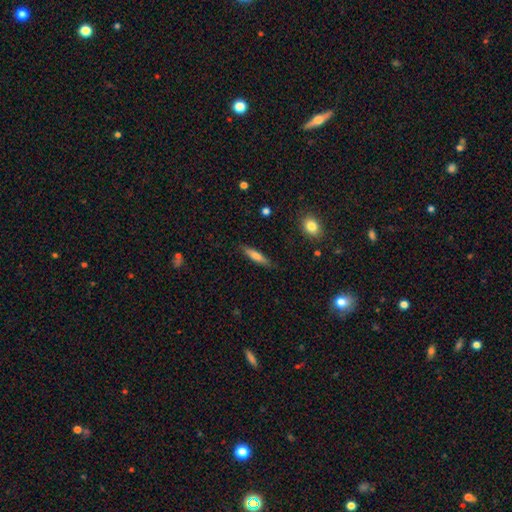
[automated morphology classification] This is likely a smooth galaxy (70%). How rounded: clearly cigar-shaped (81%). Merging: clearly none (84%).